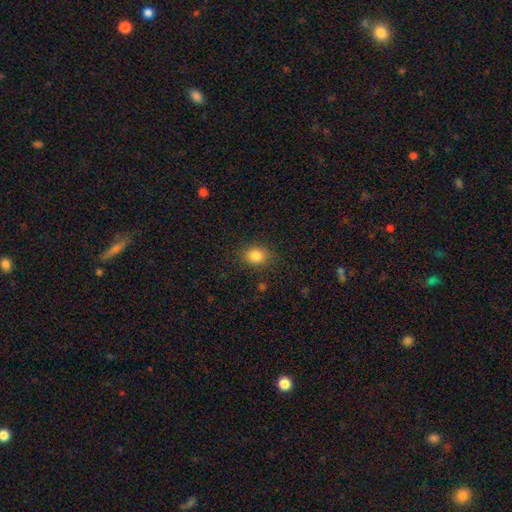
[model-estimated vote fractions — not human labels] Morphology: type=smooth (85%); roundness=round (54%); merging=none (84%).